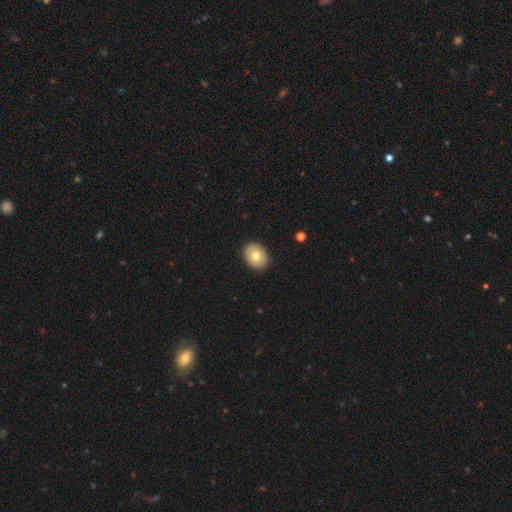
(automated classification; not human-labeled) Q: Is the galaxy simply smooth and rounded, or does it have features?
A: smooth — 74%.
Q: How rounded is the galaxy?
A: in between — 57%.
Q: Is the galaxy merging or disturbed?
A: none — 90%.